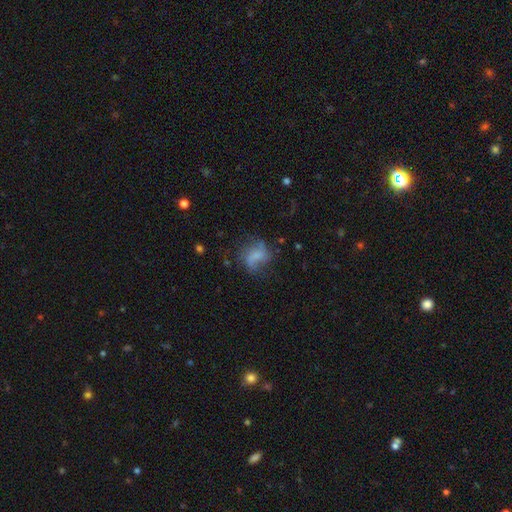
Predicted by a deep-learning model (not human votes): Smooth or featured? Predicted: smooth (p=0.46). Merging? Predicted: none (p=0.46).